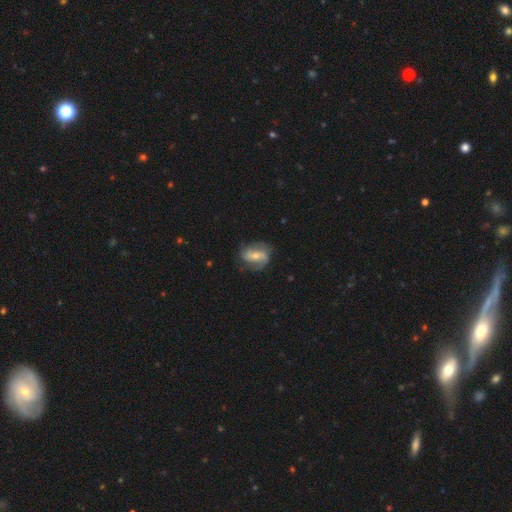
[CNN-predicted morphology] smooth-or-featured: featured or disk: 75% | smooth: 18% | star or artifact: 7%
  disk-edge-on: no: 97% | yes: 3%
    bar: weak: 40% | no: 39% | strong: 22%
    has-spiral-arms: yes: 91% | no: 9%
      spiral-winding: medium: 43% | loose: 32% | tight: 25%
      spiral-arm-count: 2: 65% | can't tell: 14% | 3: 13% | 1: 4% | 4: 3% | more than 4: 2%
    bulge-size: moderate: 51% | small: 44% | large: 2% | none: 2% | dominant: 1%
  merging: none: 72% | minor disturbance: 19% | major disturbance: 8% | merger: 1%